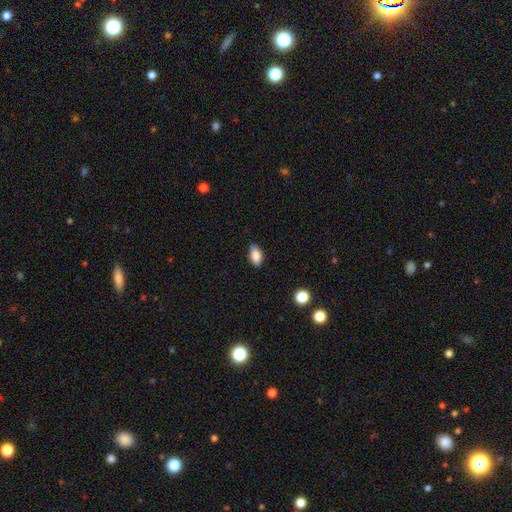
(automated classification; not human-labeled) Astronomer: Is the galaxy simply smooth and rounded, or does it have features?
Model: smooth — 85%.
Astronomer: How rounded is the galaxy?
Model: in between — 90%.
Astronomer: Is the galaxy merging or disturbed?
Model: none — 83%.